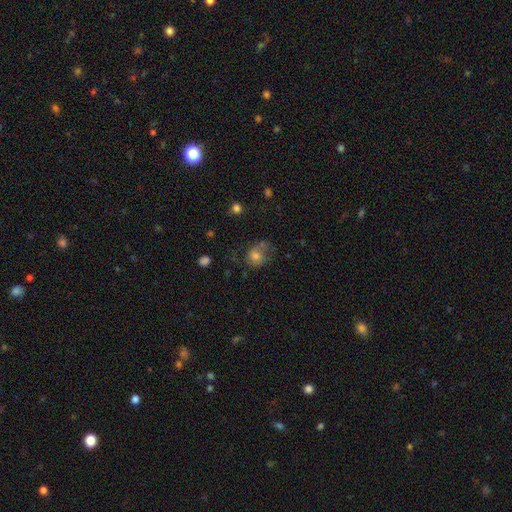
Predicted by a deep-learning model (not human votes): Smooth or featured? Predicted: smooth (p=0.66). How rounded? Predicted: round (p=0.63). Merging? Predicted: none (p=0.40).